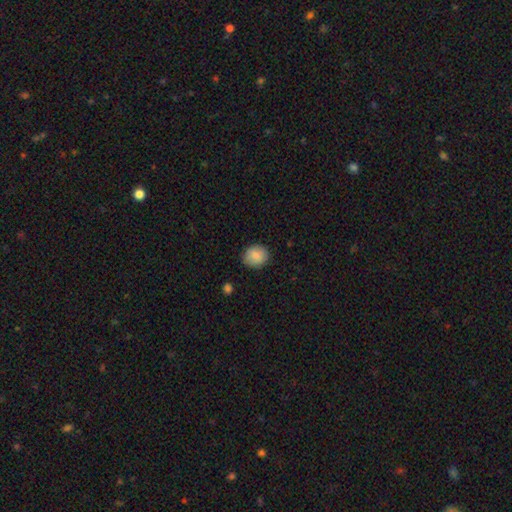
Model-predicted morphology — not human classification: A smooth galaxy with no disk features (86%) that is round (72%). Merging: none (85%).